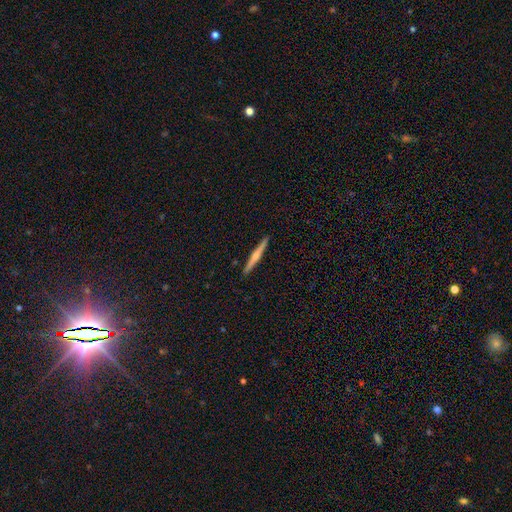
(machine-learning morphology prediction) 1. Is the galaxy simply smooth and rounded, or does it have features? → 60% featured or disk, 34% smooth, 6% star or artifact.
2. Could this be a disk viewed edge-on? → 98% yes, 2% no.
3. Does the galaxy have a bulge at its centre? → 77% rounded, 16% none, 7% boxy.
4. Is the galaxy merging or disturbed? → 92% none, 6% minor disturbance, 1% major disturbance, 1% merger.